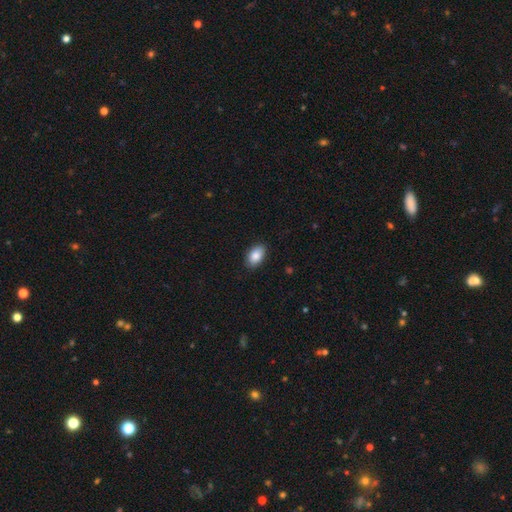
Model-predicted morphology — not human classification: type=smooth (87%); roundness=in between (93%); merging=none (88%).